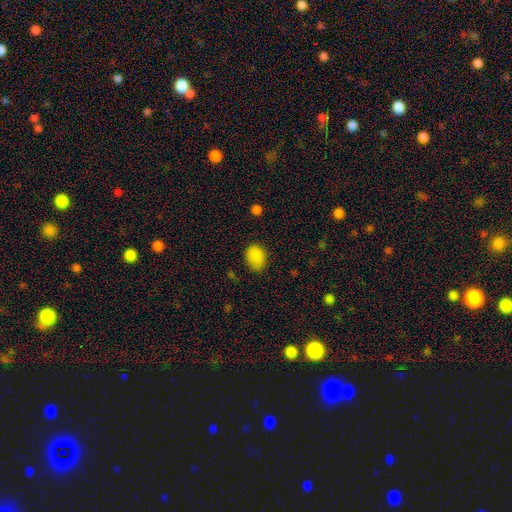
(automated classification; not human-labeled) A smooth galaxy with no disk features (86%) that is in between round and cigar-shaped (62%). Merging: none (74%).